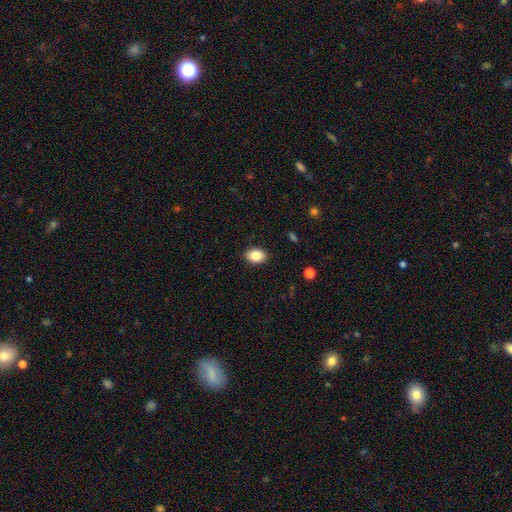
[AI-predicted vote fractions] This appears to be a smooth galaxy with no disk features (87%) that is in between round and cigar-shaped (75%). Merging: none (89%).